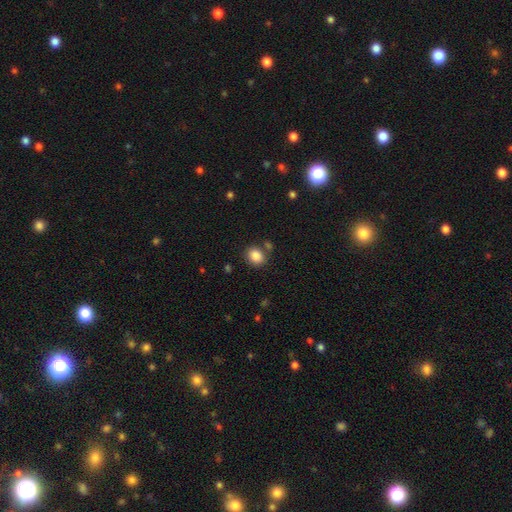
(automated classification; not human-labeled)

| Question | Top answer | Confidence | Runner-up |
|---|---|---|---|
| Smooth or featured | smooth | 86% | star or artifact (9%) |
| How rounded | round | 62% | in between (37%) |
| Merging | none | 78% | minor disturbance (11%) |